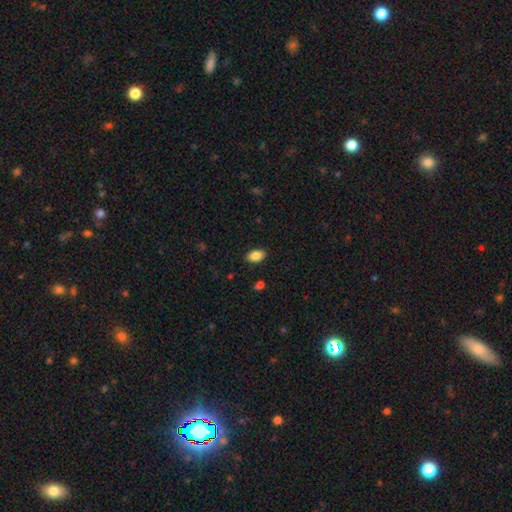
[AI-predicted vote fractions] Smooth or featured: smooth — 87% (star or artifact — 8%)
How rounded: in between — 91% (round — 7%)
Merging: none — 88% (minor disturbance — 8%)